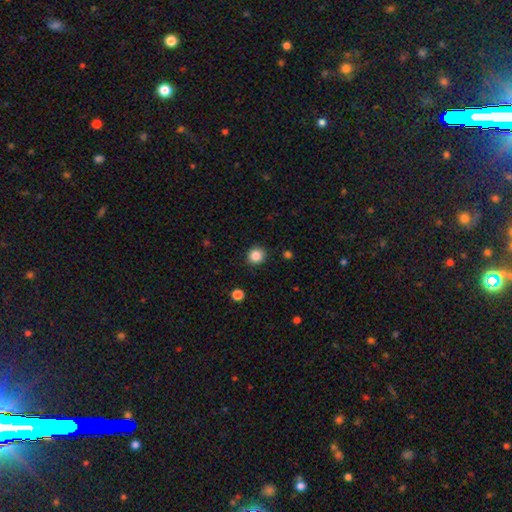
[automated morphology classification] smooth-or-featured: smooth: 86% | star or artifact: 10% | featured or disk: 4%
  how-rounded: round: 91% | in between: 8% | cigar-shaped: 1%
  merging: none: 91% | minor disturbance: 6% | major disturbance: 2% | merger: 1%